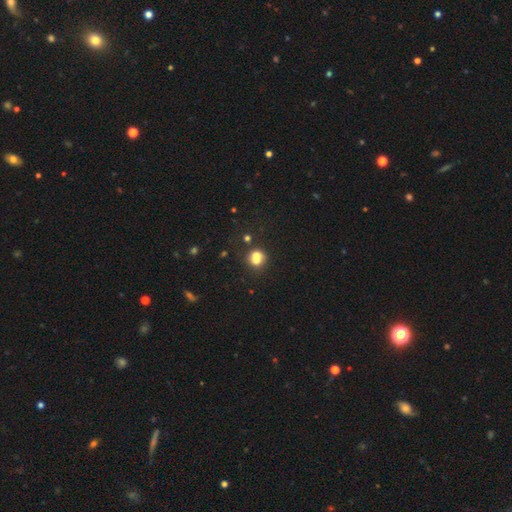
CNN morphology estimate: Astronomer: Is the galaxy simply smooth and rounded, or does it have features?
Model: smooth — 68%.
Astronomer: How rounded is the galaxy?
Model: round — 70%.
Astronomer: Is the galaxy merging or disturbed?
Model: merger — 47% (runner-up: none, 38%).